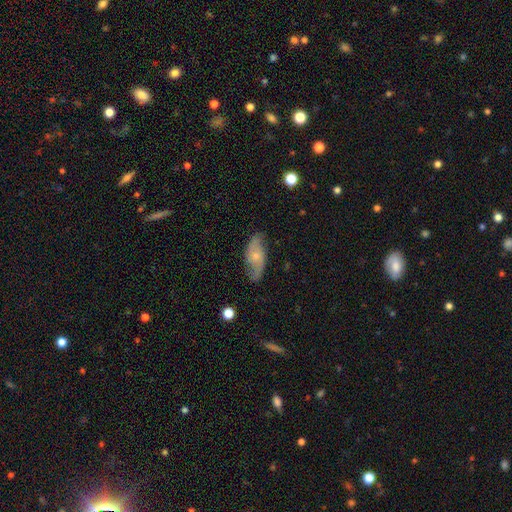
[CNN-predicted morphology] Q: Smooth or featured?
A: featured or disk (65%); runner-up: smooth (28%)
Q: Edge-on disk?
A: no (91%); runner-up: yes (9%)
Q: Bar?
A: no (73%); runner-up: weak (22%)
Q: Spiral arms?
A: yes (87%); runner-up: no (13%)
Q: Spiral winding?
A: loose (49%); runner-up: medium (35%)
Q: Spiral arm count?
A: 2 (86%); runner-up: can't tell (8%)
Q: Bulge size?
A: small (64%); runner-up: moderate (31%)
Q: Merging?
A: none (73%); runner-up: minor disturbance (20%)